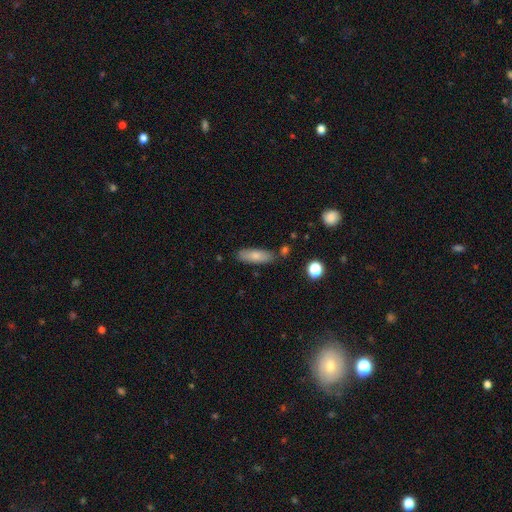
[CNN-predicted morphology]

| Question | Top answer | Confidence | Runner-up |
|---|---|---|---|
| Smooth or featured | smooth | 76% | featured or disk (17%) |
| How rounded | in between | 56% | cigar-shaped (42%) |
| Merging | none | 80% | minor disturbance (13%) |